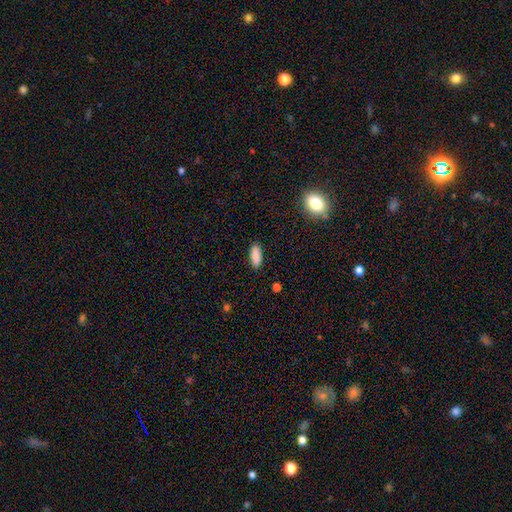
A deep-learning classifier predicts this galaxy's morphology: The model was most divided on "how rounded": in between: 64%, cigar-shaped: 34%, round: 2%. More confident: merging — none (89%); smooth or featured — smooth (88%).